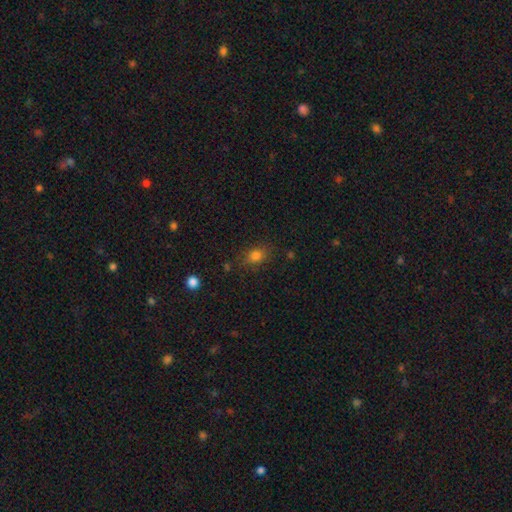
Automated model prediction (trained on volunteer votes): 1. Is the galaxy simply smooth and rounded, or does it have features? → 80% smooth, 13% star or artifact, 7% featured or disk.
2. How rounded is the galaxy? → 60% in between, 39% round, 2% cigar-shaped.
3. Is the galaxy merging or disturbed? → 77% none, 15% minor disturbance, 5% major disturbance, 2% merger.